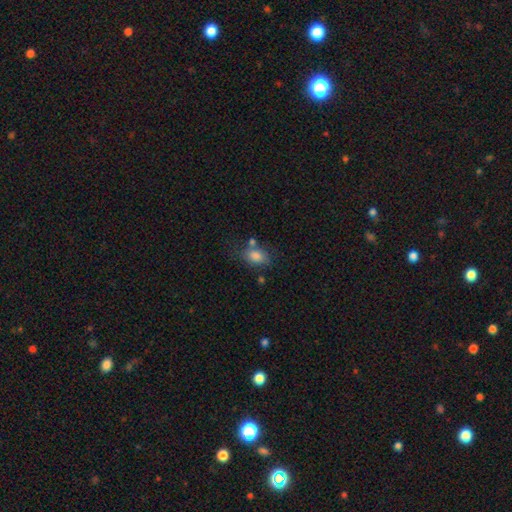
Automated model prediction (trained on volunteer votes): Smooth or featured? smooth (81%)
How rounded? in between (72%)
Merging? none (60%)